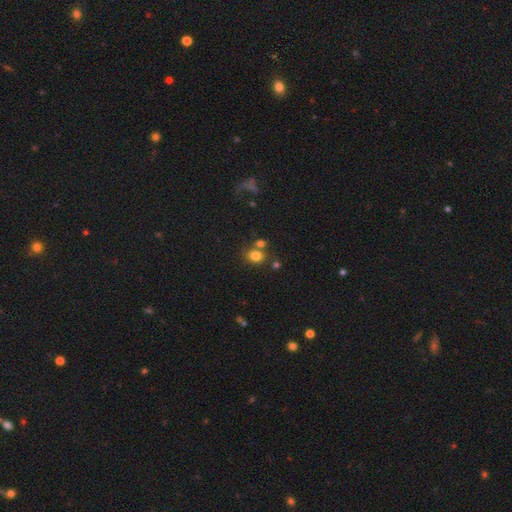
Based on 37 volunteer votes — Q: Smooth or featured?
A: smooth (84%); runner-up: star or artifact (11%)
Q: How rounded?
A: round (65%); runner-up: in between (35%)
Q: Merging?
A: none (70%); runner-up: merger (21%)